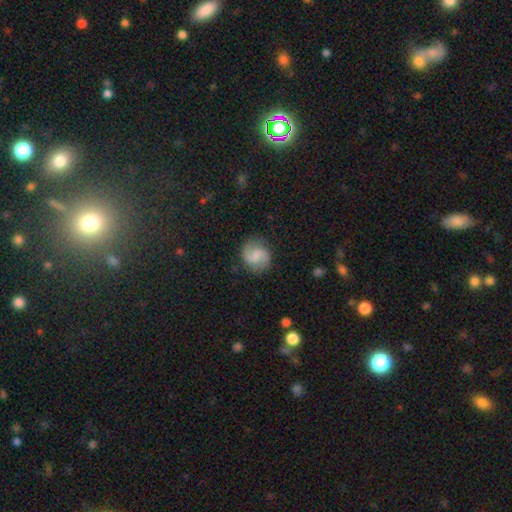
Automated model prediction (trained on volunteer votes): Morphology: type=featured or disk (69%); edge-on=no (98%); bar=weak (55%); spiral arms=yes (94%); winding=medium (46%); arm count=2 (91%); bulge=none (44%); merging=none (83%).